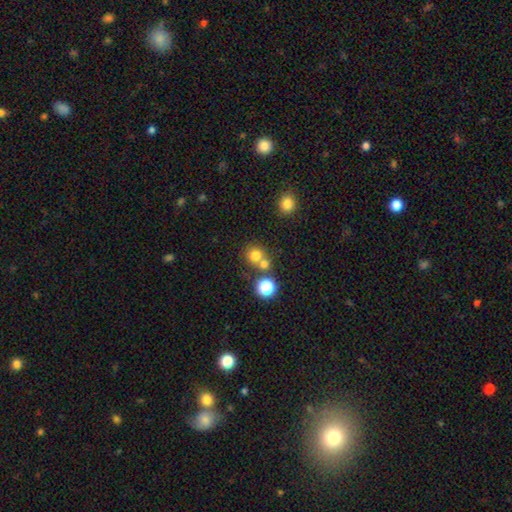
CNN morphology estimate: This is likely a smooth galaxy (74%). How rounded: clearly round (87%). Merging: possibly none (56%).